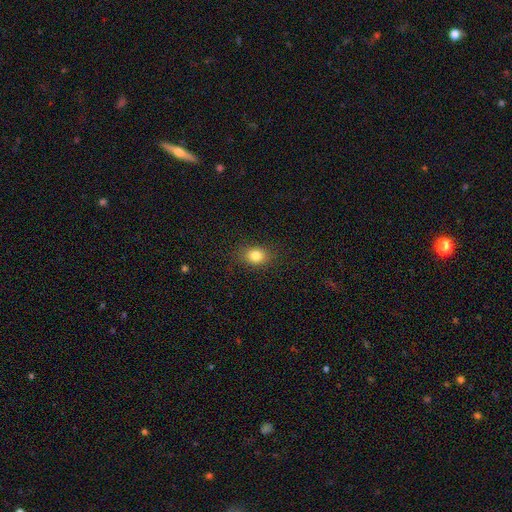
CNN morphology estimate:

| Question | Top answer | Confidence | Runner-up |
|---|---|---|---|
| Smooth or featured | smooth | 83% | star or artifact (11%) |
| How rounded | in between | 58% | round (40%) |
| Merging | none | 85% | minor disturbance (10%) |